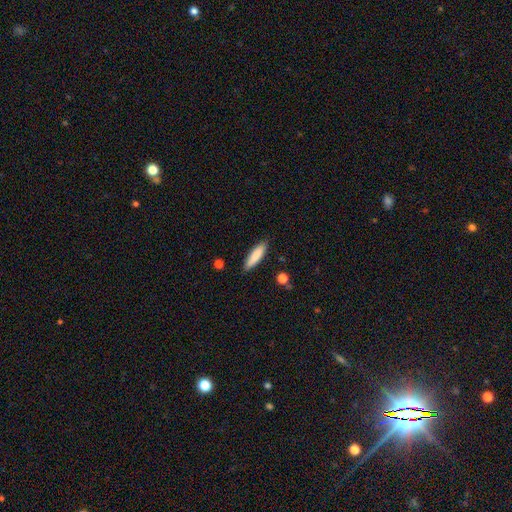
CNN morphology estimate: smooth-or-featured: smooth: 85% | featured or disk: 9% | star or artifact: 6%
  how-rounded: cigar-shaped: 71% | in between: 27% | round: 1%
  merging: none: 87% | minor disturbance: 9% | major disturbance: 2% | merger: 2%